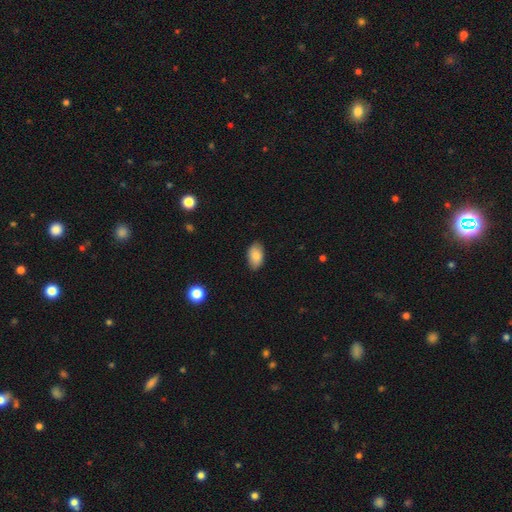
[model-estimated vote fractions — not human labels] This is clearly a smooth galaxy (86%). How rounded: clearly in between (93%). Merging: clearly none (84%).